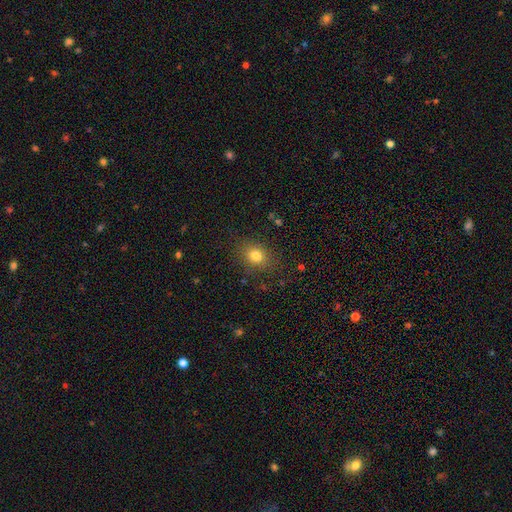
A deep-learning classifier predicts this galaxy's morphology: Q: Smooth or featured?
A: smooth (80%); runner-up: star or artifact (13%)
Q: How rounded?
A: round (54%); runner-up: in between (45%)
Q: Merging?
A: none (84%); runner-up: minor disturbance (11%)